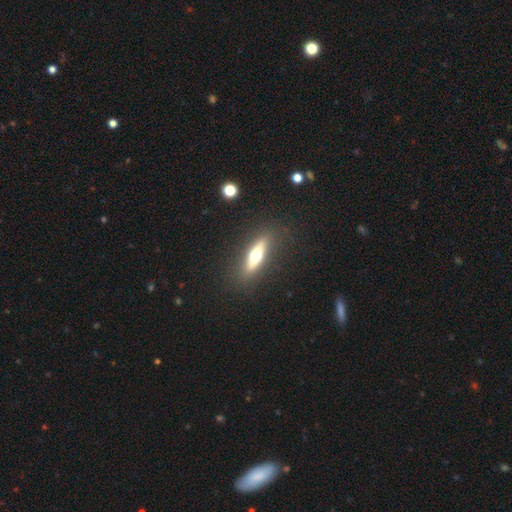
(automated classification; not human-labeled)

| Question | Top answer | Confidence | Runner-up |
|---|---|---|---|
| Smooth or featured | featured or disk | 51% | smooth (42%) |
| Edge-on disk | yes | 86% | no (14%) |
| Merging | none | 86% | minor disturbance (9%) |